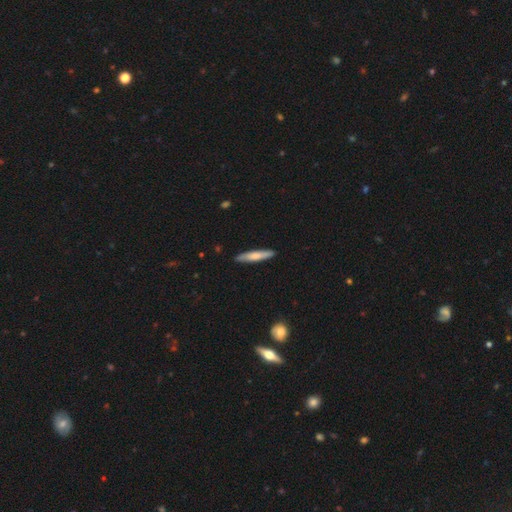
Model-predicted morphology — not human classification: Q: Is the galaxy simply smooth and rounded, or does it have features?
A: smooth — 67%.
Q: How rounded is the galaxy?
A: cigar-shaped — 90%.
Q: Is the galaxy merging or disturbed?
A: none — 90%.